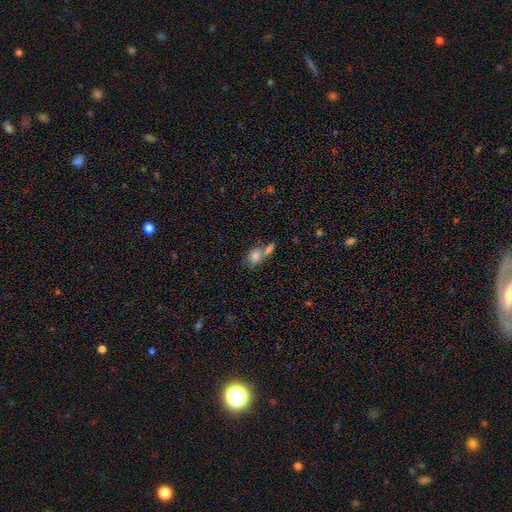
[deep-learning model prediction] Smooth or featured? Predicted: smooth (p=0.79). How rounded? Predicted: in between (p=0.62). Merging? Predicted: merger (p=0.47).